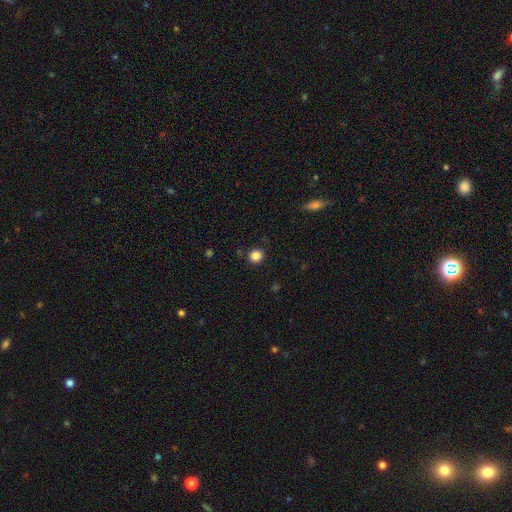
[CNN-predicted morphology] Overall: smooth (85%). How rounded: round (92%). Merging: none (90%).